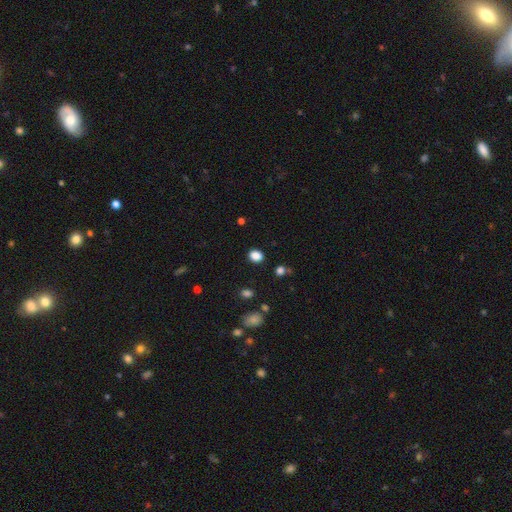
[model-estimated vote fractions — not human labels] smooth-or-featured: smooth: 85% | star or artifact: 12% | featured or disk: 3%
  how-rounded: in between: 53% | round: 46% | cigar-shaped: 1%
  merging: none: 87% | minor disturbance: 9% | major disturbance: 3% | merger: 2%